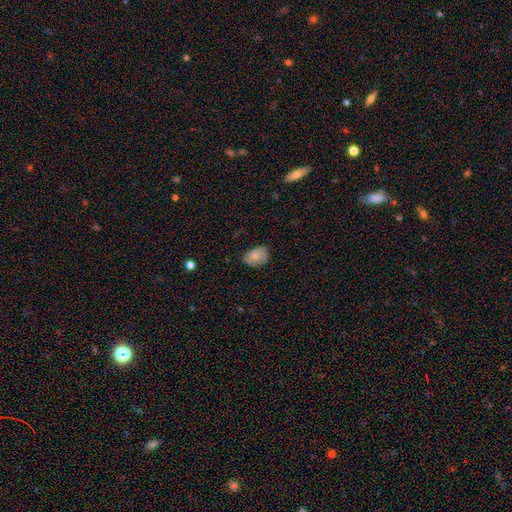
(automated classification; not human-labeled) smooth_or_featured: smooth (p=0.80) [alt: featured or disk p=0.13]
how_rounded: in between (p=0.78) [alt: round p=0.20]
merging: none (p=0.70) [alt: minor disturbance p=0.25]